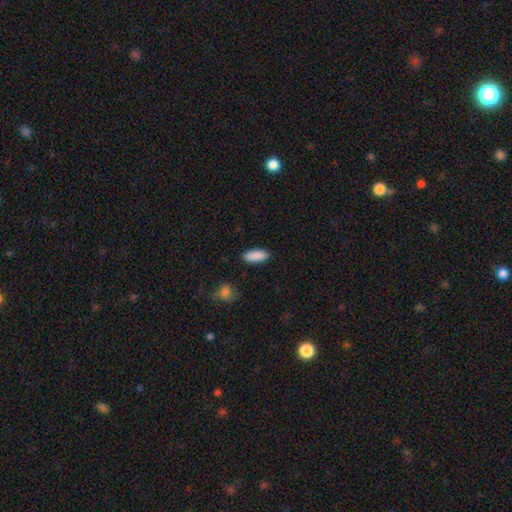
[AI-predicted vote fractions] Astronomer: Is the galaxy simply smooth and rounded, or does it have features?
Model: smooth — 89%.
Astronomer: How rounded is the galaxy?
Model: in between — 79%.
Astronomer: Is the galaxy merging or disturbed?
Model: none — 87%.